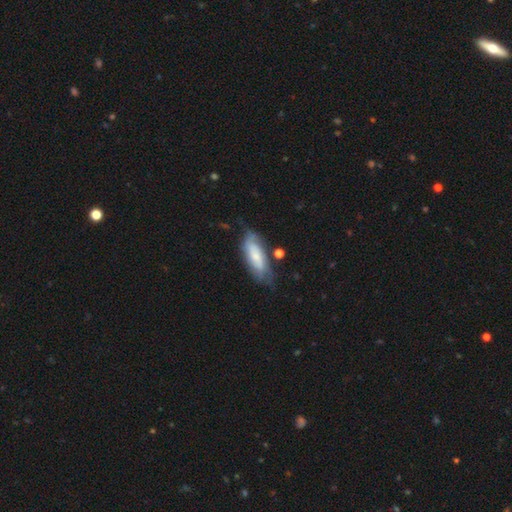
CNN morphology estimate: smooth 54%, featured or disk 39%, star or artifact 7%. Down the decision tree: how rounded — in between (69%); merging — none (60%).